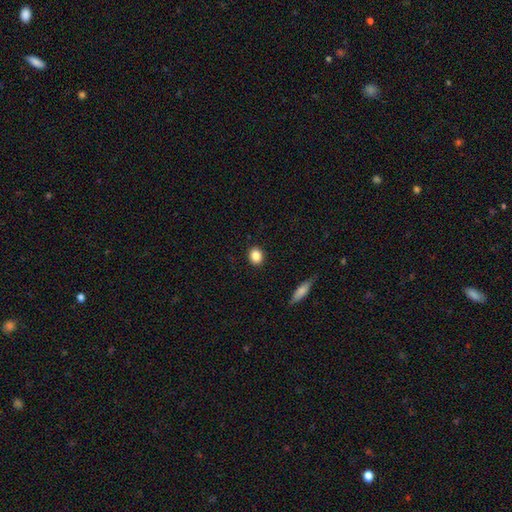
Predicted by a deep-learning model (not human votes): smooth 85%, star or artifact 9%, featured or disk 5%. Down the decision tree: how rounded — round (61%); merging — none (90%).